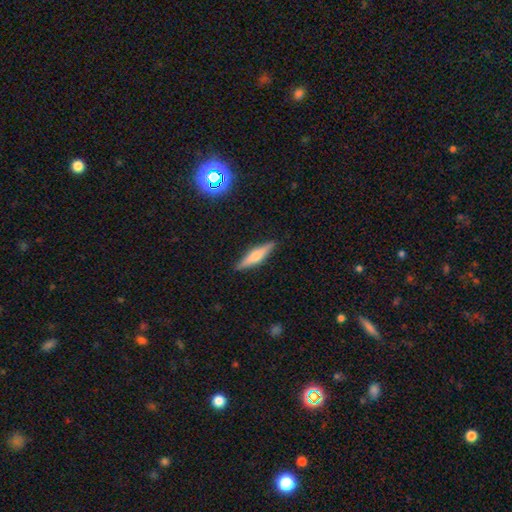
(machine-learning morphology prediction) featured or disk 52%, smooth 41%, star or artifact 8%. Down the decision tree: edge-on disk — yes (95%); merging — none (89%).